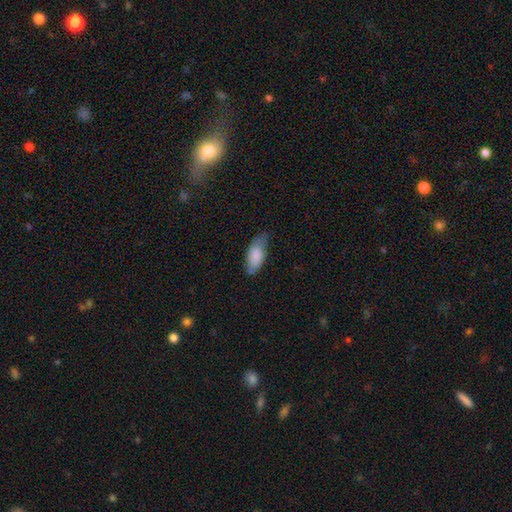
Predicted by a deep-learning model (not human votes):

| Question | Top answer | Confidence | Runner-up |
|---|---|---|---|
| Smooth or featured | smooth | 80% | featured or disk (14%) |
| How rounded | in between | 87% | cigar-shaped (11%) |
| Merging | none | 60% | minor disturbance (32%) |